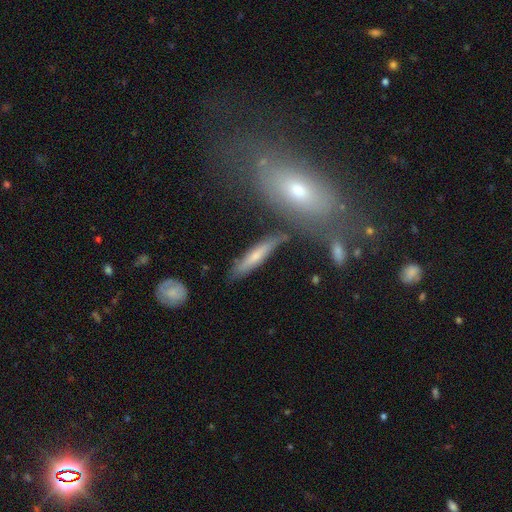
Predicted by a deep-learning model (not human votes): Morphology: type=smooth (57%); roundness=cigar-shaped (83%); merging=none (75%).